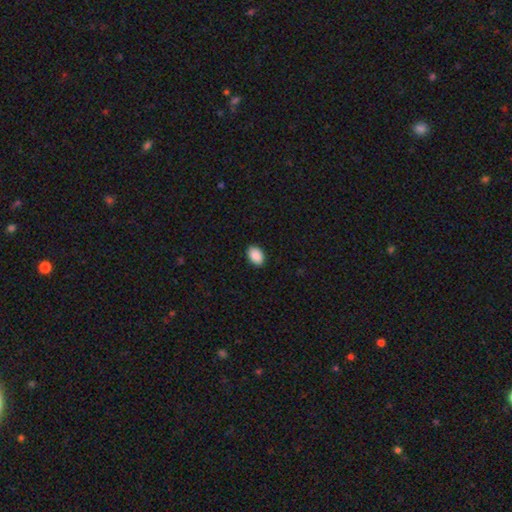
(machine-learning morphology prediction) A smooth galaxy with no disk features (90%) that is in between round and cigar-shaped (86%). Merging: none (90%).